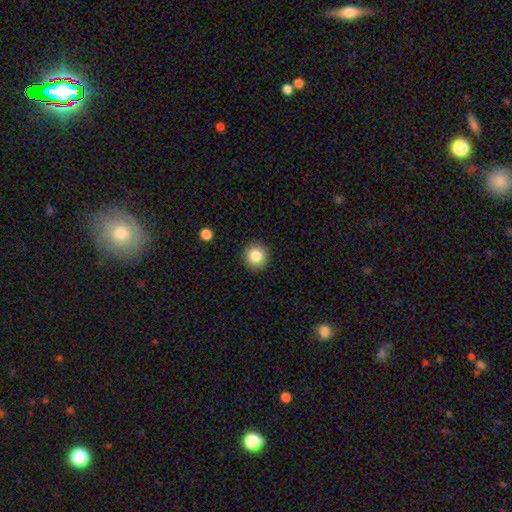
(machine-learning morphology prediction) This appears to be a smooth galaxy with no disk features (84%) that is round (93%). Merging: none (91%).